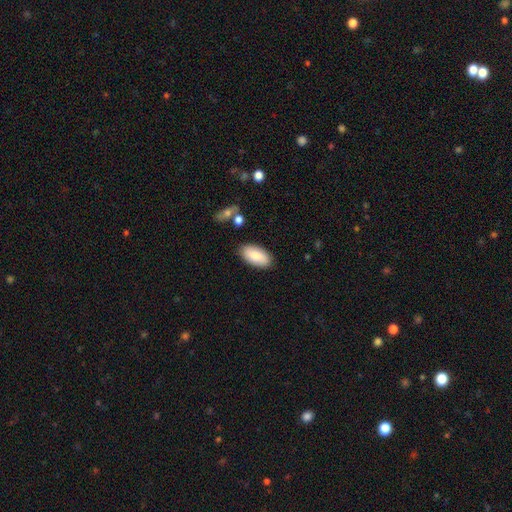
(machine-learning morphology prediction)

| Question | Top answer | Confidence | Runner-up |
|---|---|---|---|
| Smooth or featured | smooth | 85% | featured or disk (9%) |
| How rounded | in between | 94% | cigar-shaped (4%) |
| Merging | none | 85% | minor disturbance (11%) |